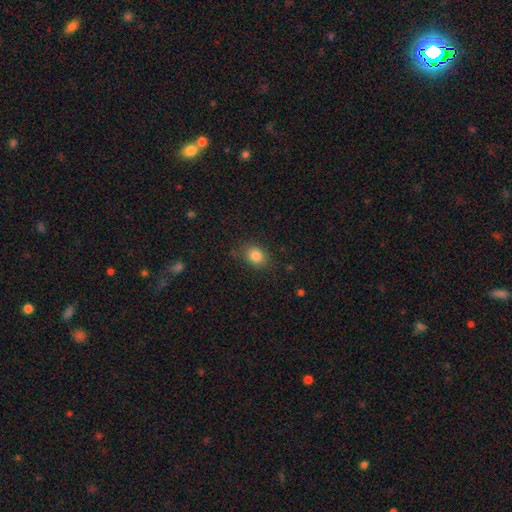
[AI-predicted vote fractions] Smooth or featured? Predicted: smooth (p=0.83). How rounded? Predicted: in between (p=0.51). Merging? Predicted: none (p=0.81).